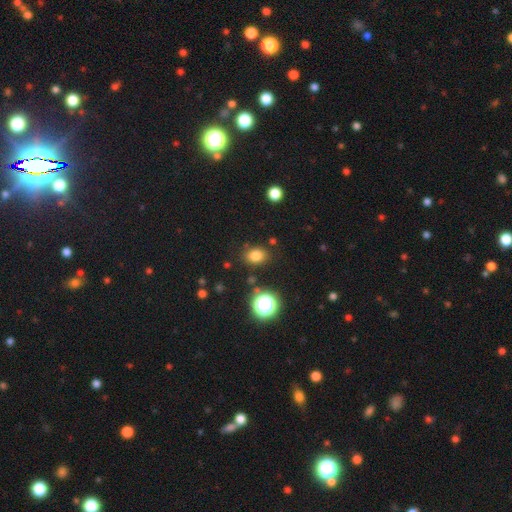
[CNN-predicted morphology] A smooth galaxy with no disk features (79%) that is in between round and cigar-shaped (62%).

Vote fractions:
- Smooth or featured? smooth: 79% / star or artifact: 15% / featured or disk: 6%
- How rounded? in between: 62% / round: 37% / cigar-shaped: 1%
- Merging? none: 83% / minor disturbance: 11% / major disturbance: 3% / merger: 3%